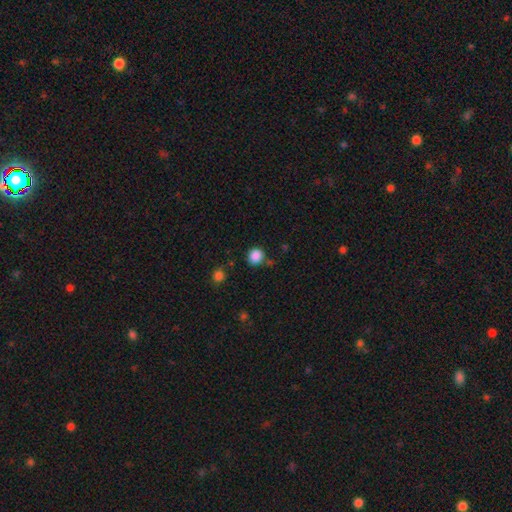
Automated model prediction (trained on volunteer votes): Morphology: type=smooth (86%); roundness=round (86%); merging=none (82%).